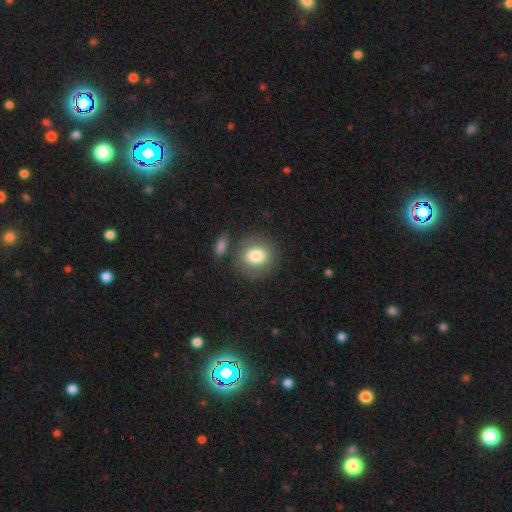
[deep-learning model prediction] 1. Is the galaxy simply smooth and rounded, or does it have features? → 79% smooth, 13% featured or disk, 8% star or artifact.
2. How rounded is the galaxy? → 77% round, 22% in between, 1% cigar-shaped.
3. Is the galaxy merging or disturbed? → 74% none, 12% minor disturbance, 10% merger, 5% major disturbance.